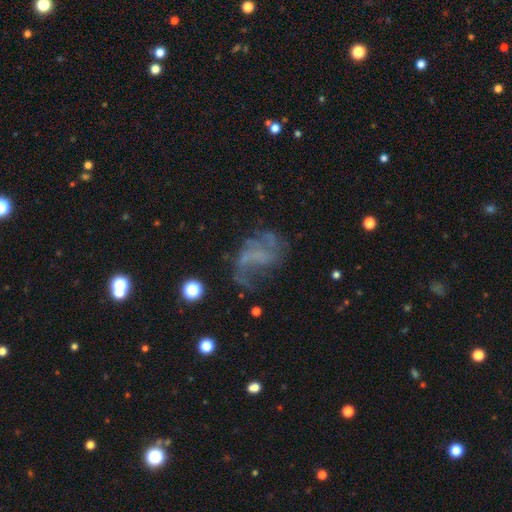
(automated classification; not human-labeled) Smooth or featured? featured or disk (65%)
Edge-on disk? no (97%)
Bar? no (60%)
Spiral arms? yes (69%)
Bulge size? none (76%)
Merging? none (44%)